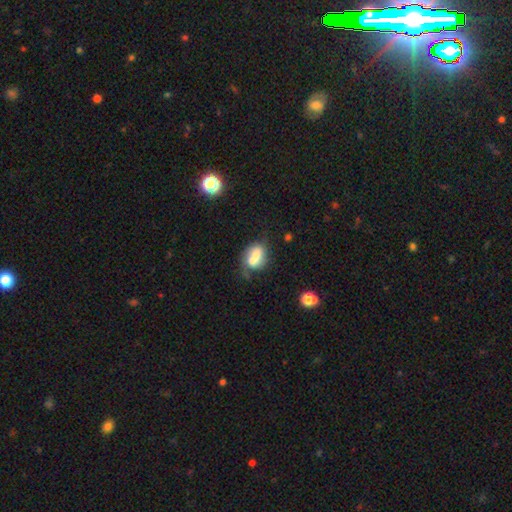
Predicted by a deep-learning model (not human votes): Smooth or featured? Predicted: smooth (p=0.61). How rounded? Predicted: in between (p=0.74). Merging? Predicted: none (p=0.42).